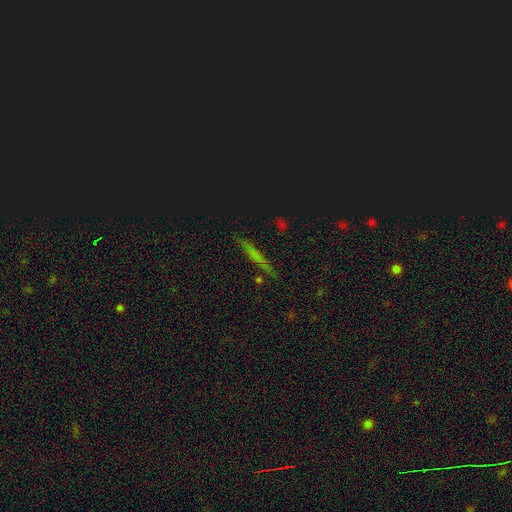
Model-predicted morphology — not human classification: Overall: smooth (43%; star or artifact 31%). Merging: none (84%).